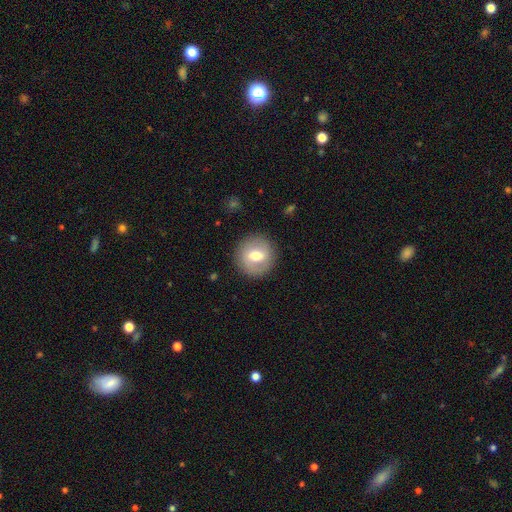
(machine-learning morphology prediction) A smooth galaxy with no disk features (58%) that is round (92%).

Vote fractions:
- Smooth or featured? smooth: 58% / featured or disk: 35% / star or artifact: 8%
- How rounded? round: 92% / in between: 7% / cigar-shaped: 1%
- Merging? none: 88% / minor disturbance: 8% / major disturbance: 3% / merger: 1%